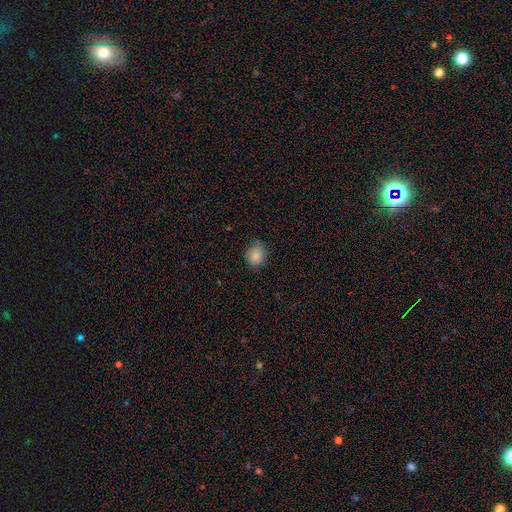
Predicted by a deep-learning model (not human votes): This is clearly a smooth galaxy (86%). How rounded: likely round (68%). Merging: likely none (71%).